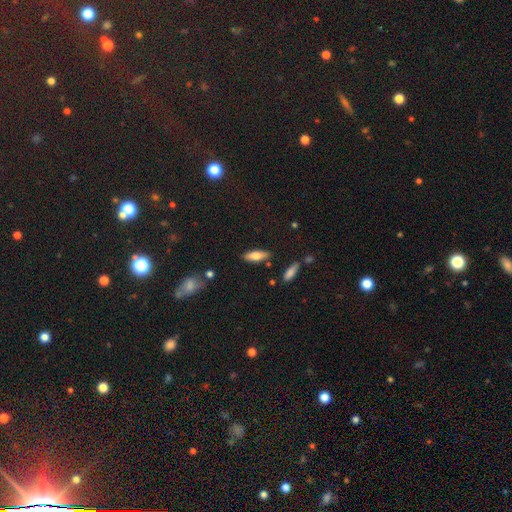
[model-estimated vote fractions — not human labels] A smooth galaxy with no disk features (66%) that is in between round and cigar-shaped (66%).

Vote fractions:
- Smooth or featured? smooth: 66% / featured or disk: 27% / star or artifact: 7%
- How rounded? in between: 66% / cigar-shaped: 32% / round: 2%
- Merging? none: 84% / minor disturbance: 11% / merger: 3% / major disturbance: 2%